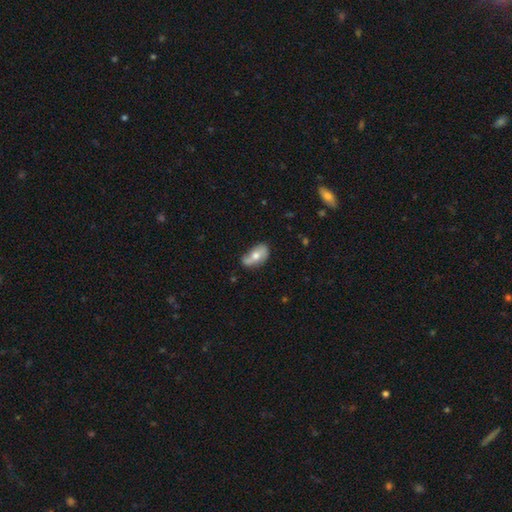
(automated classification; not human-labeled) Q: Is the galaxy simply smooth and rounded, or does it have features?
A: smooth — 57%.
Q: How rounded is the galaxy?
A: in between — 90%.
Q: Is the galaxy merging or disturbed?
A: none — 50%.